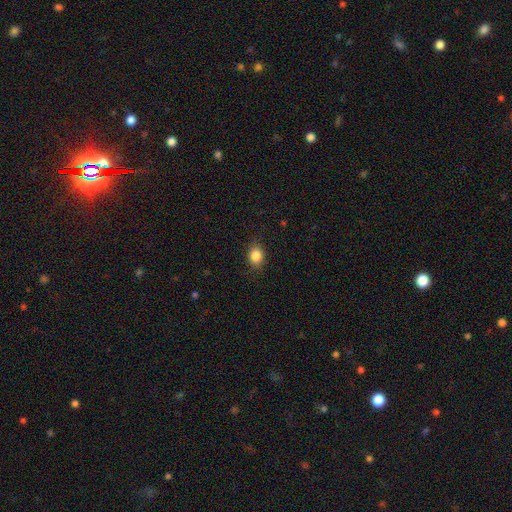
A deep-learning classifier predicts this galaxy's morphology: Smooth or featured? smooth (85%)
How rounded? in between (51%)
Merging? none (84%)